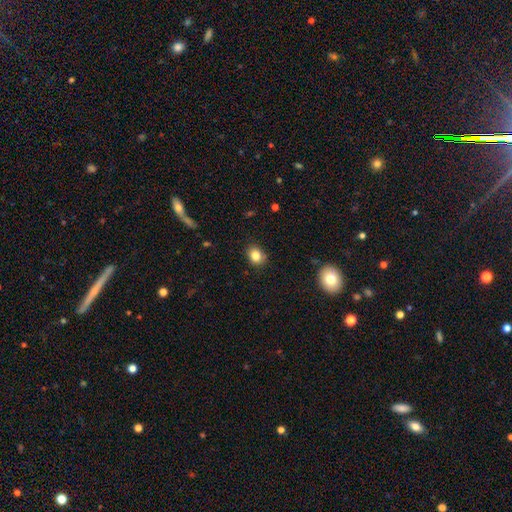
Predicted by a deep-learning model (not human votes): smooth-or-featured: smooth: 83% | star or artifact: 11% | featured or disk: 7%
  how-rounded: round: 54% | in between: 45% | cigar-shaped: 1%
  merging: none: 84% | minor disturbance: 13% | major disturbance: 2% | merger: 1%